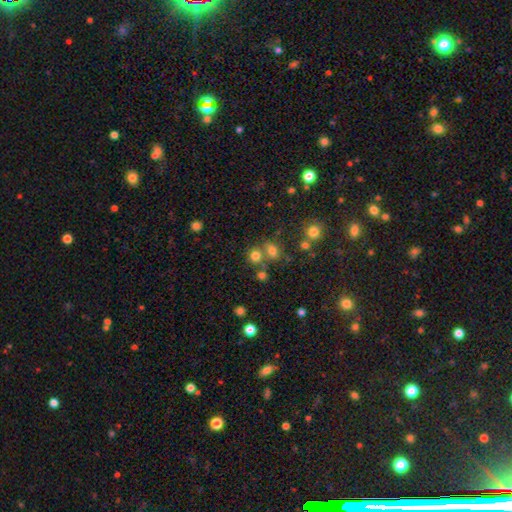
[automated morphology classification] Q: Smooth or featured?
A: smooth (73%); runner-up: star or artifact (19%)
Q: How rounded?
A: round (74%); runner-up: in between (25%)
Q: Merging?
A: none (59%); runner-up: merger (28%)